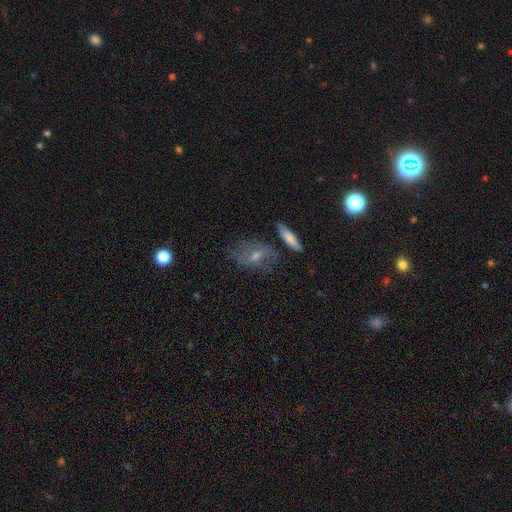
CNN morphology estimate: Smooth or featured: featured or disk — 47% (smooth — 39%)
Merging: none — 63% (minor disturbance — 20%)